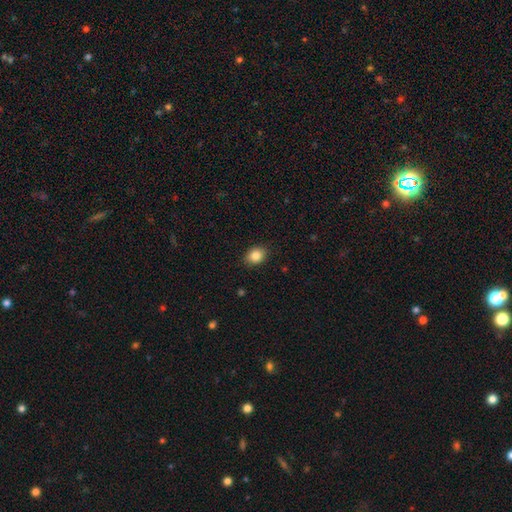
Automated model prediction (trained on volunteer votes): The model was most divided on "how rounded": in between: 56%, round: 43%, cigar-shaped: 1%. More confident: merging — none (87%); smooth or featured — smooth (86%).